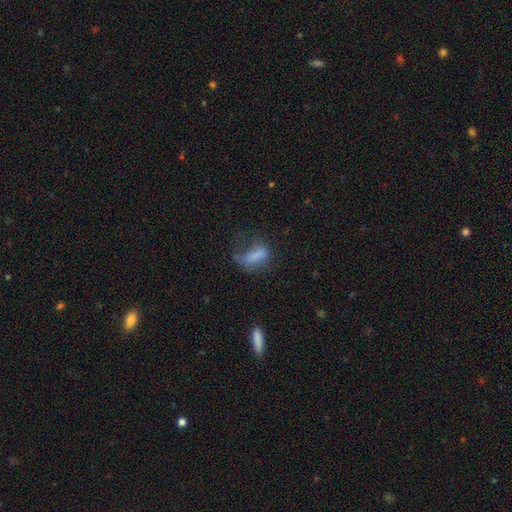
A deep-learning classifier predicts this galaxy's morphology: type=smooth (66%); roundness=in between (72%); merging=major disturbance (43%).